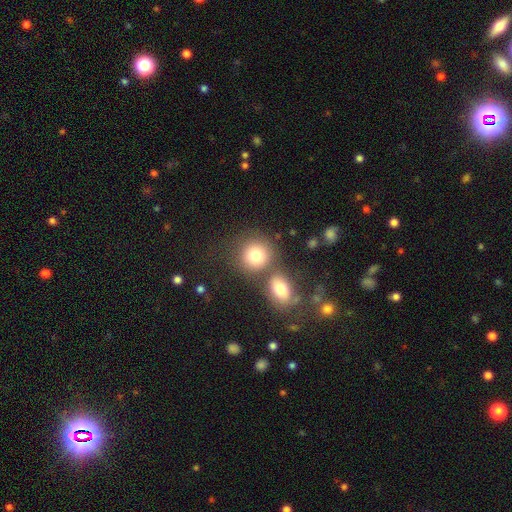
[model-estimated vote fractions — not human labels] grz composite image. It shows a smooth galaxy with no disk features (79%) that is round (84%). Merging: none (58%).